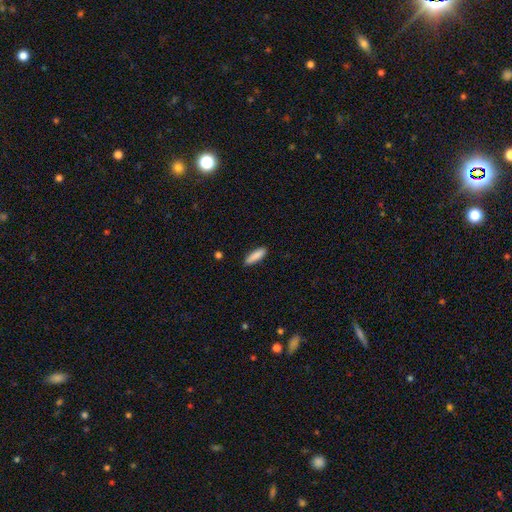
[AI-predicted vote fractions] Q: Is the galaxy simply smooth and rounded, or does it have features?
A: smooth — 88%.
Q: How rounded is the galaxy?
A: cigar-shaped — 61%.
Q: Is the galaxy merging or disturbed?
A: none — 86%.